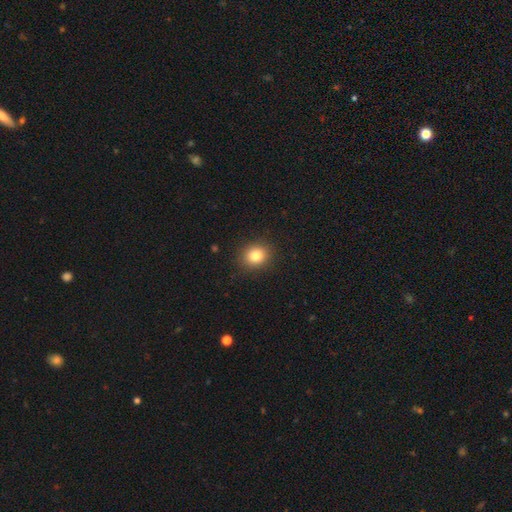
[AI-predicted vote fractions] Smooth or featured? Predicted: smooth (p=0.82). How rounded? Predicted: round (p=0.74). Merging? Predicted: none (p=0.90).